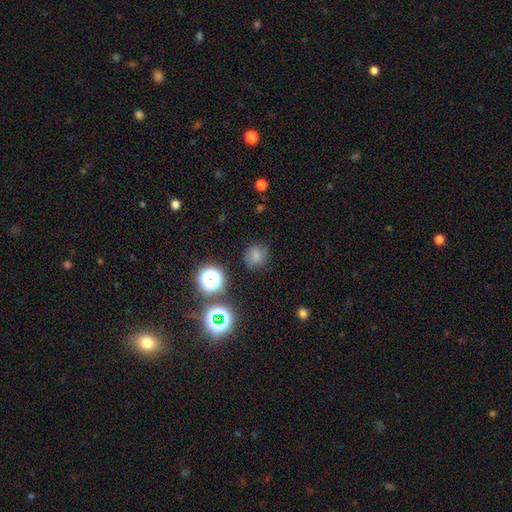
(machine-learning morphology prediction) Smooth or featured?
  - smooth: 73% *
  - star or artifact: 20%
  - featured or disk: 8%
How rounded?
  - round: 83% *
  - in between: 16%
  - cigar-shaped: 1%
Merging?
  - none: 83% *
  - minor disturbance: 11%
  - major disturbance: 4%
  - merger: 2%